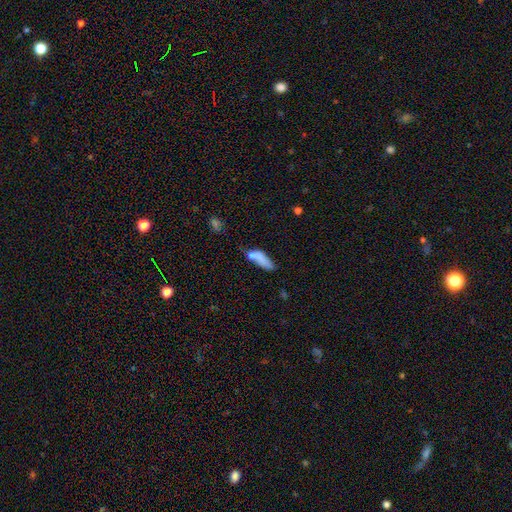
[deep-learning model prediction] Smooth or featured?
  - smooth: 71% *
  - featured or disk: 17%
  - star or artifact: 12%
How rounded?
  - cigar-shaped: 49% *
  - in between: 48%
  - round: 3%
Merging?
  - none: 43% *
  - minor disturbance: 24%
  - merger: 20%
  - major disturbance: 14%